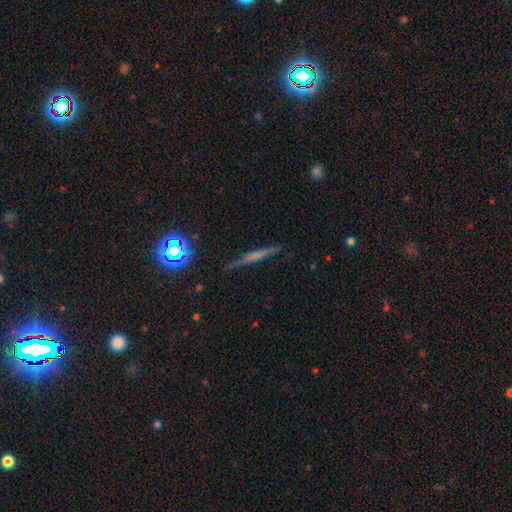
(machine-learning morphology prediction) Smooth or featured?
  - featured or disk: 50% *
  - smooth: 34%
  - star or artifact: 15%
Edge-on disk?
  - yes: 96% *
  - no: 4%
Merging?
  - none: 88% *
  - minor disturbance: 8%
  - major disturbance: 2%
  - merger: 2%